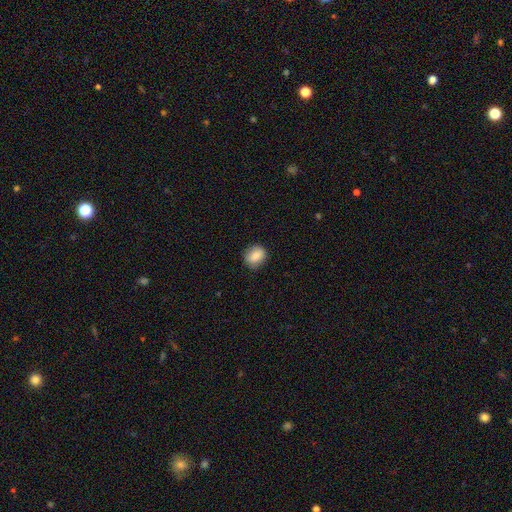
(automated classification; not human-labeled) The model was most divided on "how rounded": round: 63%, in between: 36%, cigar-shaped: 1%. More confident: smooth or featured — smooth (85%); merging — none (83%).